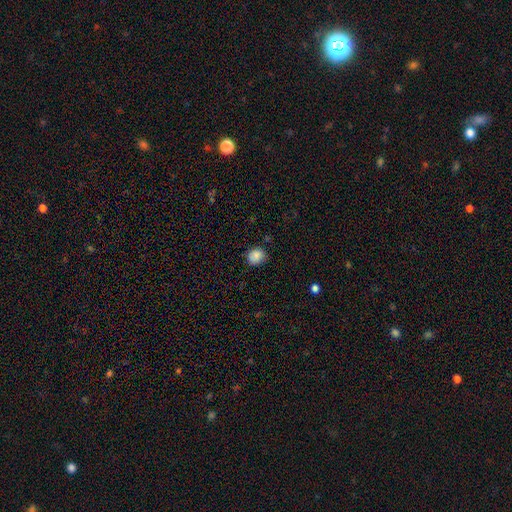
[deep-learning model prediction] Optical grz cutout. It shows a smooth galaxy with no disk features (86%) that is round (70%). Merging: none (77%).